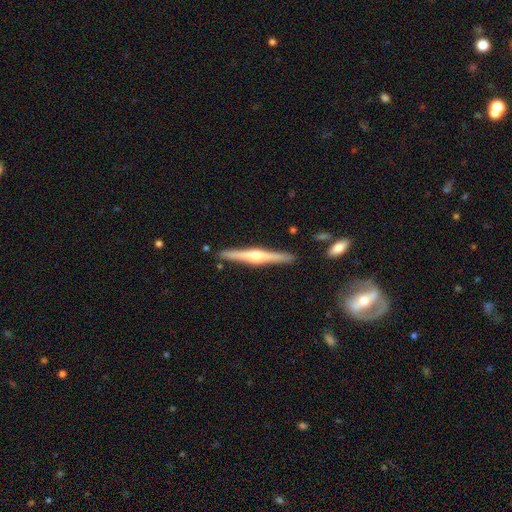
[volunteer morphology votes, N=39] Smooth or featured? featured or disk (87%)
Edge-on disk? yes (100%)
Edge-on bulge? rounded (100%)
Merging? none (95%)